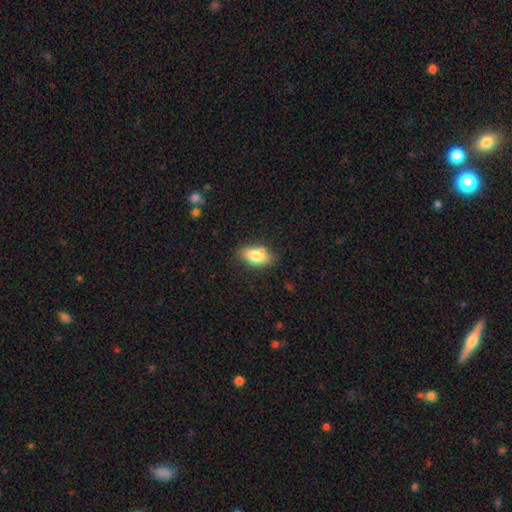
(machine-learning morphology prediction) This appears to be a smooth galaxy with no disk features (80%) that is in between round and cigar-shaped (89%). Merging: none (72%).